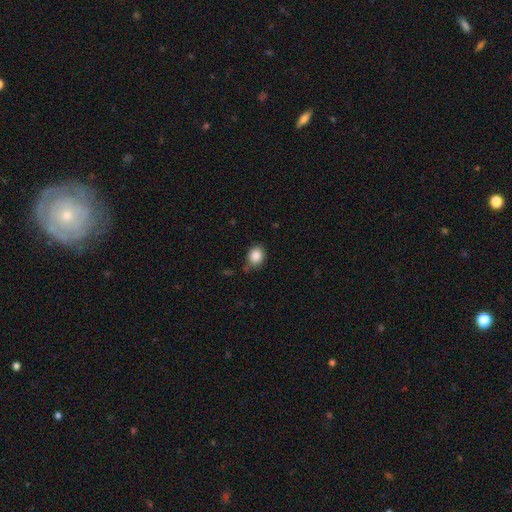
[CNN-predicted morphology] This is clearly a smooth galaxy (86%). How rounded: possibly round (59%). Merging: likely none (72%).